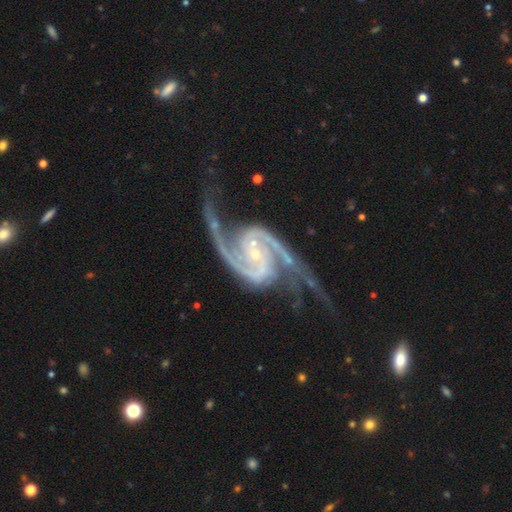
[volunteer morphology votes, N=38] Smooth or featured?
  - featured or disk: 92% *
  - smooth: 5%
  - star or artifact: 3%
Edge-on disk?
  - no: 100% *
  - yes: 0%
Bar?
  - weak: 46% *
  - strong: 29%
  - no: 26%
Spiral arms?
  - yes: 100% *
  - no: 0%
Spiral winding?
  - tight: 37% *
  - medium: 31%
  - loose: 31%
Spiral arm count?
  - 2: 71% *
  - 3: 23%
  - 1: 3%
  - can't tell: 3%
  - 4: 0%
  - more than 4: 0%
Bulge size?
  - small: 66% *
  - moderate: 31%
  - none: 3%
  - dominant: 0%
  - large: 0%
Merging?
  - none: 43% *
  - minor disturbance: 32%
  - major disturbance: 24%
  - merger: 0%